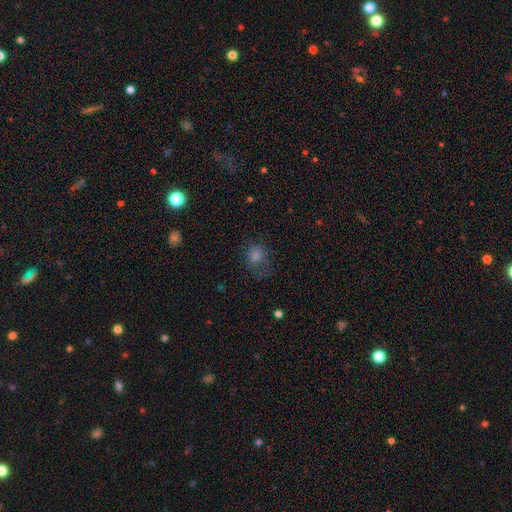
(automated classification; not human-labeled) smooth-or-featured: smooth: 63% | star or artifact: 22% | featured or disk: 15%
  how-rounded: round: 55% | in between: 44% | cigar-shaped: 1%
  merging: none: 57% | minor disturbance: 22% | major disturbance: 19% | merger: 2%